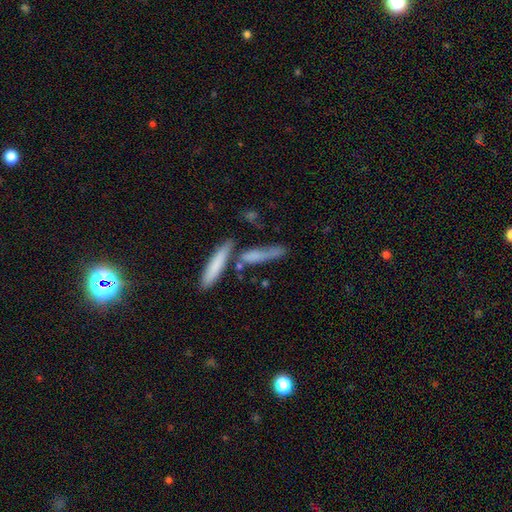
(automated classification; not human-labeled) Smooth or featured: smooth — 62% (featured or disk — 30%)
How rounded: cigar-shaped — 80% (in between — 16%)
Merging: none — 53% (merger — 22%)